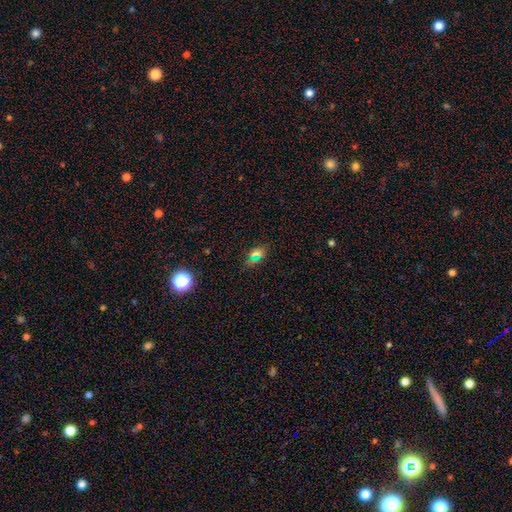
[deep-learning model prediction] A smooth galaxy with no disk features (59%) that is in between round and cigar-shaped (73%).

Vote fractions:
- Smooth or featured? smooth: 59% / star or artifact: 32% / featured or disk: 10%
- How rounded? in between: 73% / round: 20% / cigar-shaped: 7%
- Merging? none: 80% / minor disturbance: 12% / major disturbance: 5% / merger: 3%